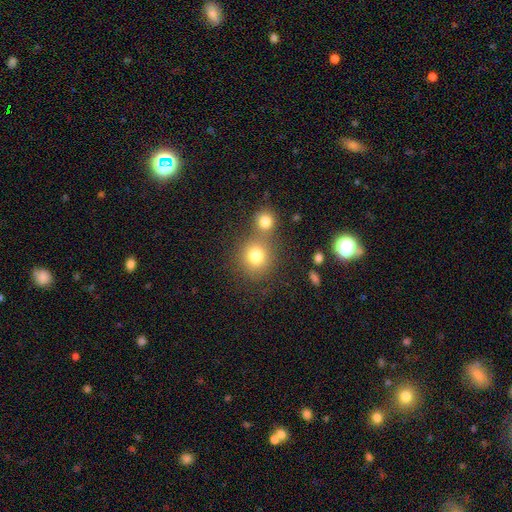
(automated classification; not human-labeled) The model was most divided on "merging": none: 53%, merger: 36%, minor disturbance: 8%, major disturbance: 3%. More confident: how rounded — round (86%); smooth or featured — smooth (78%).